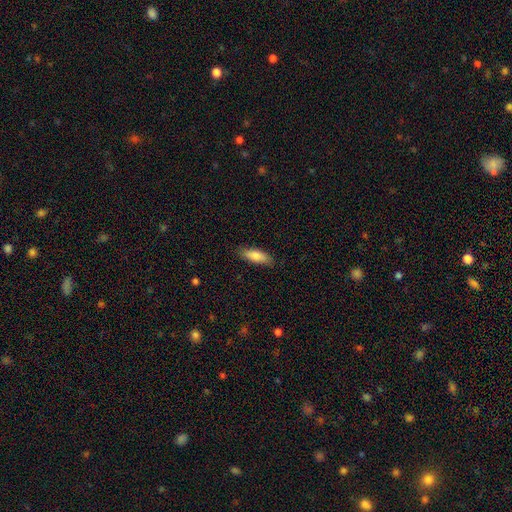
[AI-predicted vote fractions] Overall: smooth (81%). How rounded: in between (59%; cigar-shaped 39%). Merging: none (84%).